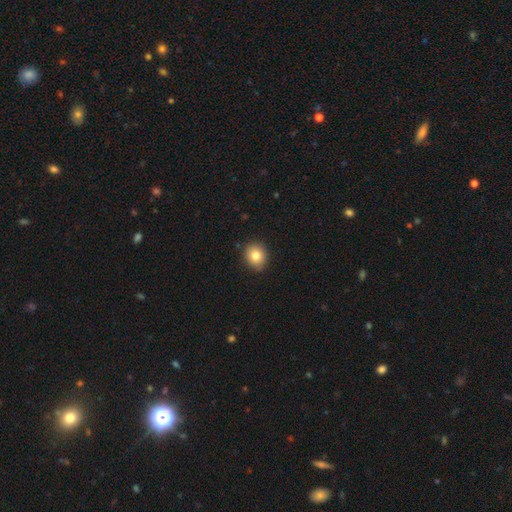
smooth-or-featured: smooth: 89% | featured or disk: 5% | star or artifact: 5%
  how-rounded: round: 74% | in between: 24% | cigar-shaped: 3%
  merging: none: 89% | minor disturbance: 11% | major disturbance: 0% | merger: 0%